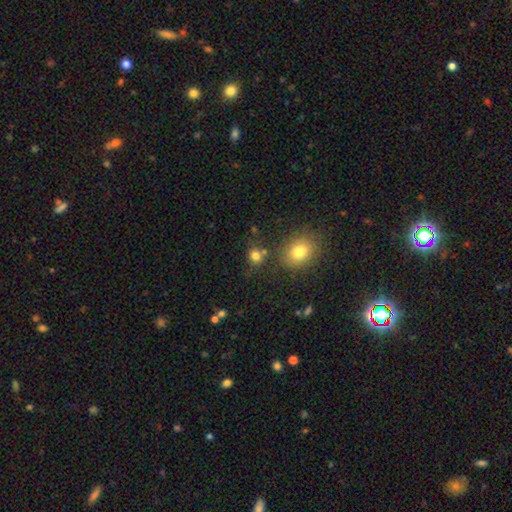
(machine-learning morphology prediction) Smooth or featured?
  - smooth: 78% *
  - star or artifact: 15%
  - featured or disk: 7%
How rounded?
  - round: 68% *
  - in between: 31%
  - cigar-shaped: 1%
Merging?
  - none: 66% *
  - merger: 16%
  - minor disturbance: 13%
  - major disturbance: 5%